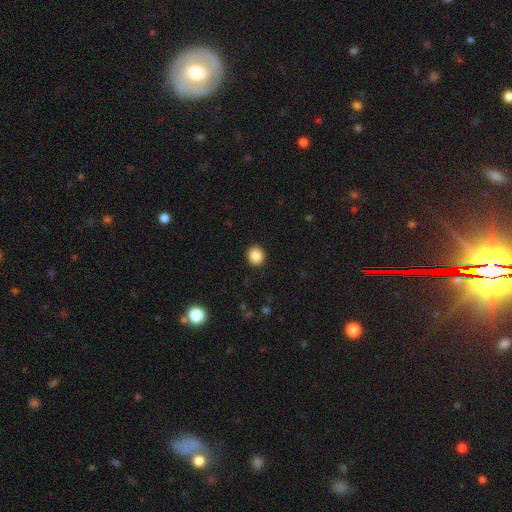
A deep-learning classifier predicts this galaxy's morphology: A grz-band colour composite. It shows a smooth galaxy with no disk features (88%) that is round (83%). Merging: none (92%).